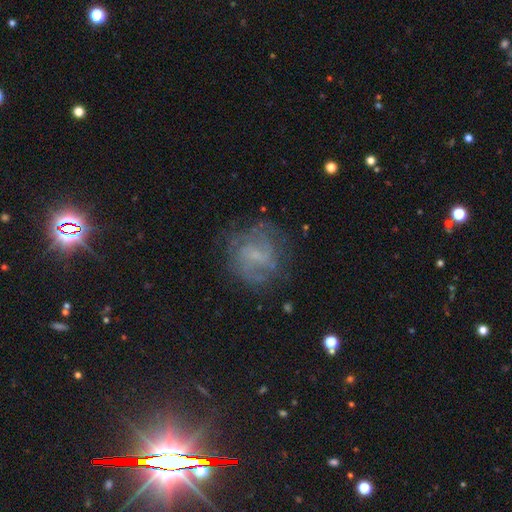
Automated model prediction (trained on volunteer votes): Smooth or featured: featured or disk — 67% (smooth — 23%)
Edge-on disk: no — 98% (yes — 2%)
Bar: weak — 50% (no — 39%)
Spiral arms: yes — 79% (no — 21%)
Spiral winding: medium — 43% (tight — 38%)
Spiral arm count: can't tell — 39% (2 — 38%)
Bulge size: small — 53% (none — 29%)
Merging: none — 68% (minor disturbance — 18%)